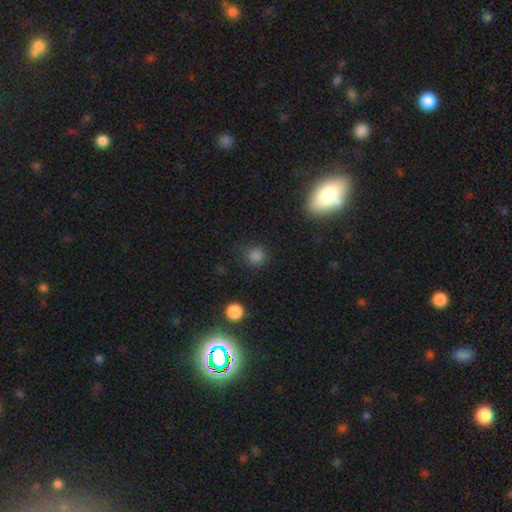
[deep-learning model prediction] Smooth or featured: smooth — 81% (star or artifact — 15%)
How rounded: round — 92% (in between — 7%)
Merging: none — 87% (minor disturbance — 8%)